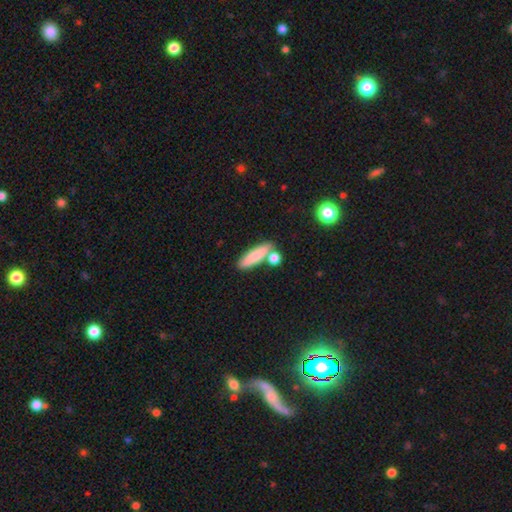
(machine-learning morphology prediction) This appears to be a smooth galaxy with no disk features (78%) that is cigar-shaped (60%). Merging: none (66%).